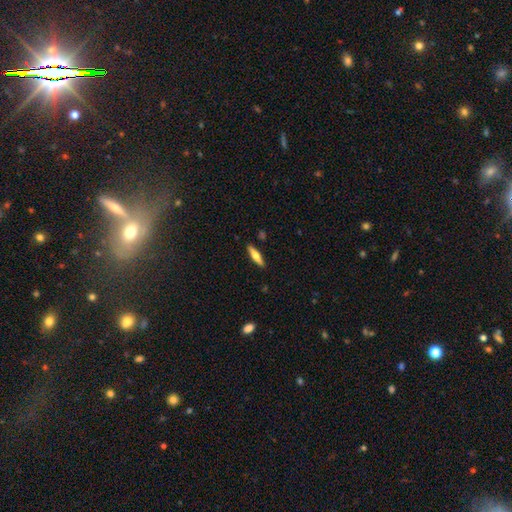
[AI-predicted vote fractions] Smooth or featured? Predicted: smooth (p=0.52). How rounded? Predicted: cigar-shaped (p=0.73). Merging? Predicted: none (p=0.89).